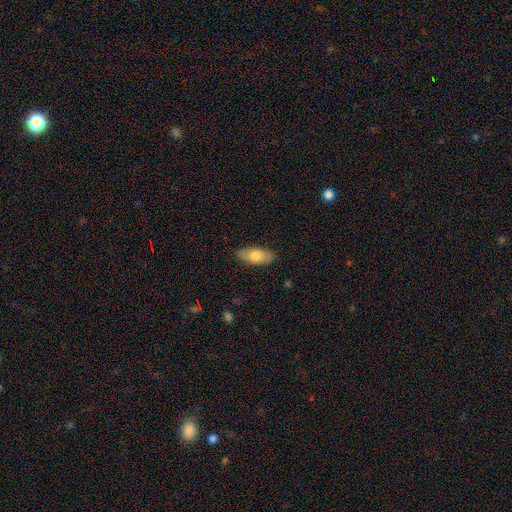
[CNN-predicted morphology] This is likely a smooth galaxy (75%). How rounded: clearly in between (85%). Merging: clearly none (87%).